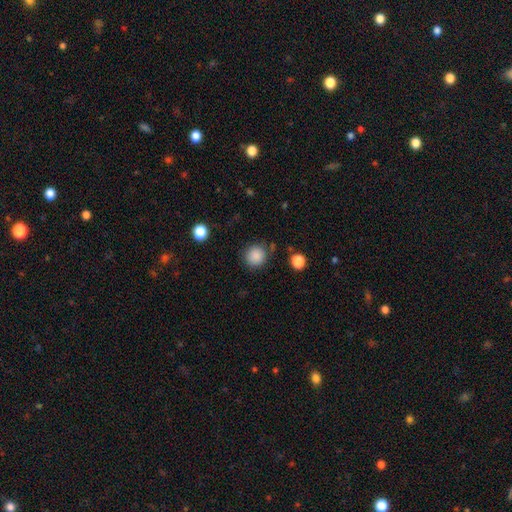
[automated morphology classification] Smooth or featured: smooth — 87% (star or artifact — 10%)
How rounded: round — 92% (in between — 7%)
Merging: none — 84% (minor disturbance — 10%)